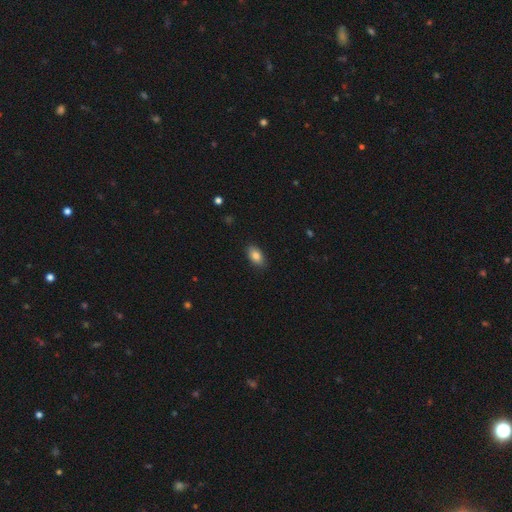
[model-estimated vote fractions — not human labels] smooth_or_featured: smooth (p=0.85) [alt: star or artifact p=0.08]
how_rounded: in between (p=0.91) [alt: round p=0.06]
merging: none (p=0.87) [alt: minor disturbance p=0.09]